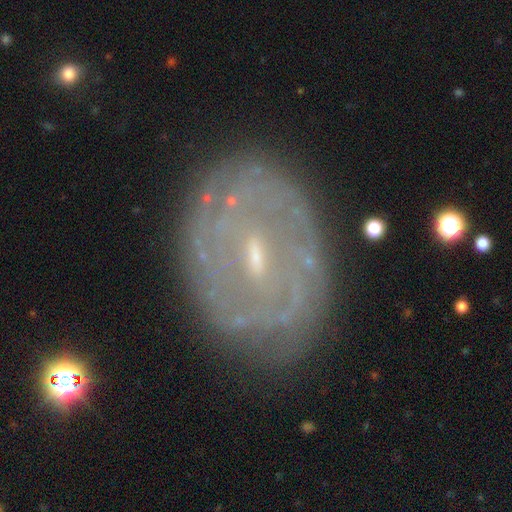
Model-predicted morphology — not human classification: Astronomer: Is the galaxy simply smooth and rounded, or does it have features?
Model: featured or disk — 78%.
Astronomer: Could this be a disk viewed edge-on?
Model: no — 96%.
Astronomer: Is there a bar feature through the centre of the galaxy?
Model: weak — 51%.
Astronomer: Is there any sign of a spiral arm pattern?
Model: yes — 74%.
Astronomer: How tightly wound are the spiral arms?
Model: tight — 69%.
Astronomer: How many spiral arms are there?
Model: can't tell — 52%.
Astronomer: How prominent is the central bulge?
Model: small — 72%.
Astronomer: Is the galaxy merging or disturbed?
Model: none — 79%.